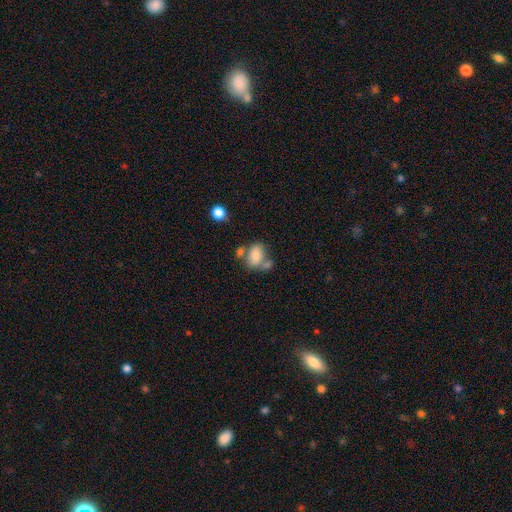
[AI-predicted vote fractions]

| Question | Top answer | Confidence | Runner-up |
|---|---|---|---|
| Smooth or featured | smooth | 74% | featured or disk (17%) |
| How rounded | in between | 76% | round (22%) |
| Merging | none | 39% | merger (36%) |